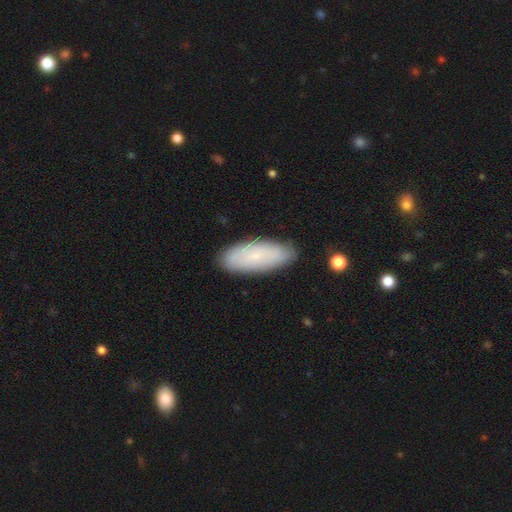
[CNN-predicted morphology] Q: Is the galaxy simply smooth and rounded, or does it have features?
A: smooth — 63%.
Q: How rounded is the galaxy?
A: in between — 76%.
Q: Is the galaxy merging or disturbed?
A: none — 84%.